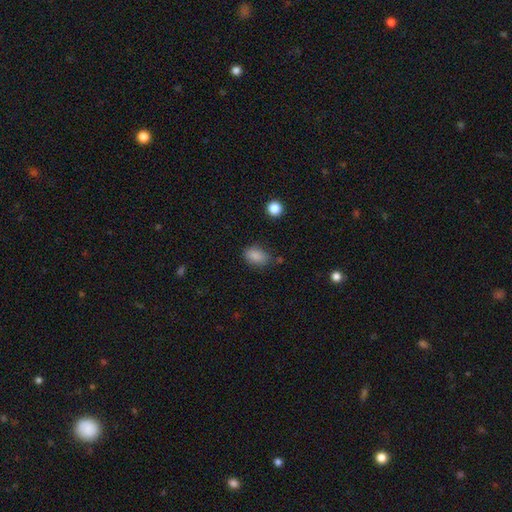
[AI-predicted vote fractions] Smooth or featured?
  - smooth: 85% *
  - star or artifact: 10%
  - featured or disk: 5%
How rounded?
  - in between: 79% *
  - round: 19%
  - cigar-shaped: 1%
Merging?
  - none: 71% *
  - minor disturbance: 20%
  - major disturbance: 5%
  - merger: 4%